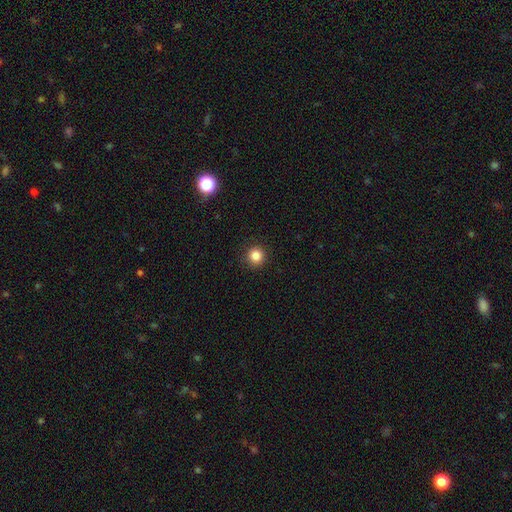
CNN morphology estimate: Smooth or featured?
  - smooth: 84% *
  - star or artifact: 12%
  - featured or disk: 4%
How rounded?
  - round: 95% *
  - in between: 5%
  - cigar-shaped: 1%
Merging?
  - none: 92% *
  - minor disturbance: 5%
  - major disturbance: 2%
  - merger: 1%